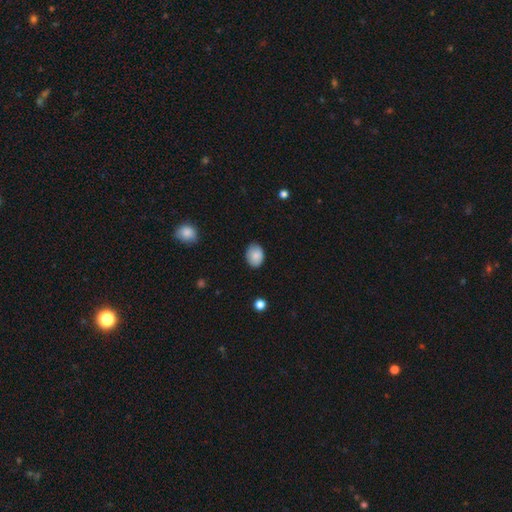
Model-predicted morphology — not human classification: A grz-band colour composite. It shows a smooth galaxy with no disk features (84%) that is in between round and cigar-shaped (71%). Merging: none (79%).